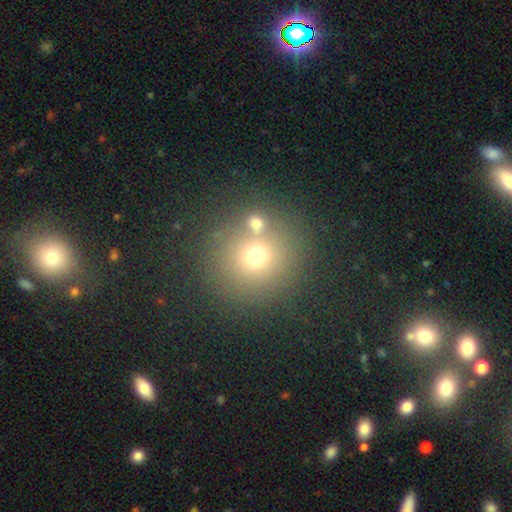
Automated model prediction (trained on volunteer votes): This appears to be a smooth galaxy with no disk features (67%) that is round (91%). Merging: none (72%).